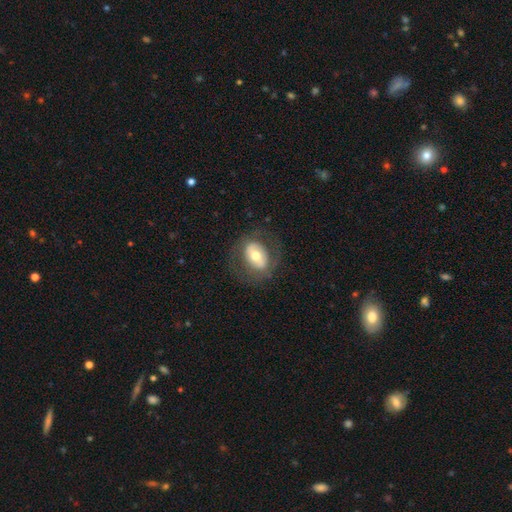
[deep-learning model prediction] Q: Smooth or featured?
A: smooth (52%); runner-up: featured or disk (41%)
Q: How rounded?
A: in between (70%); runner-up: round (28%)
Q: Merging?
A: none (73%); runner-up: minor disturbance (15%)